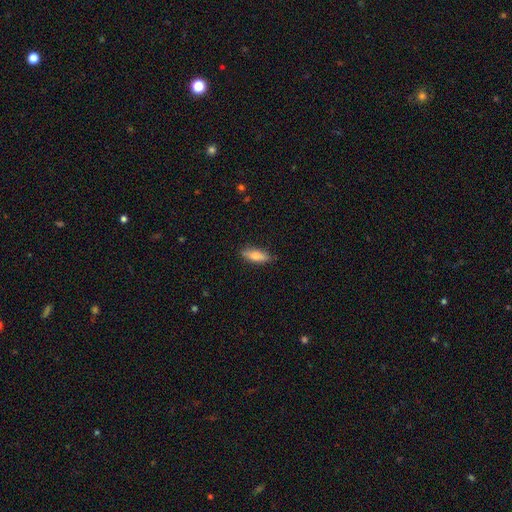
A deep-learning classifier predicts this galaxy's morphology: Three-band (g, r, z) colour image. It shows a smooth galaxy with no disk features (73%) that is in between round and cigar-shaped (57%). Merging: none (84%).